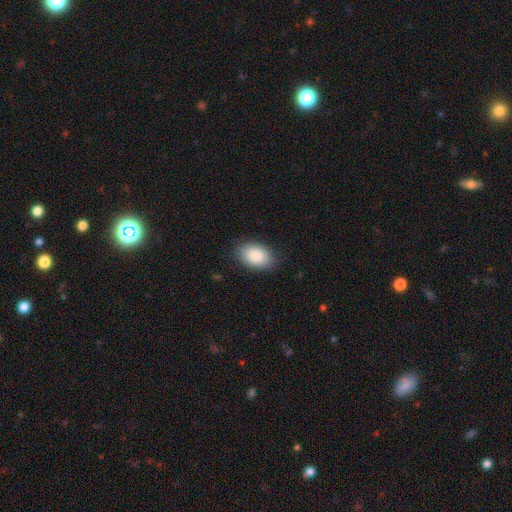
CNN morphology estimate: A smooth galaxy with no disk features (89%) that is in between round and cigar-shaped (91%).

Vote fractions:
- Smooth or featured? smooth: 89% / star or artifact: 6% / featured or disk: 5%
- How rounded? in between: 91% / round: 8% / cigar-shaped: 1%
- Merging? none: 86% / minor disturbance: 10% / major disturbance: 3% / merger: 1%